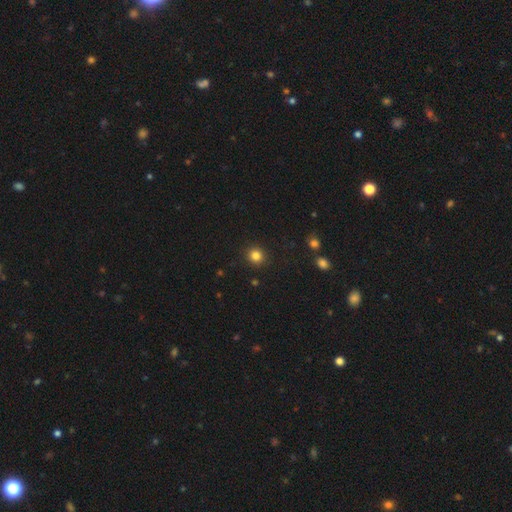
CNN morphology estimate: Q: Smooth or featured?
A: smooth (84%); runner-up: star or artifact (12%)
Q: How rounded?
A: round (92%); runner-up: in between (7%)
Q: Merging?
A: none (92%); runner-up: minor disturbance (5%)